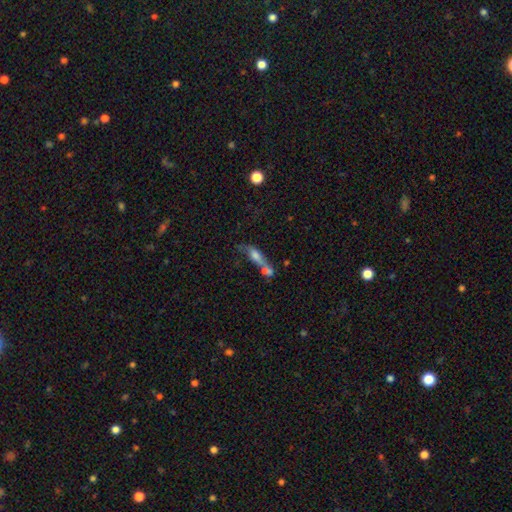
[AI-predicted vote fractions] smooth-or-featured: smooth: 55% | featured or disk: 35% | star or artifact: 10%
  how-rounded: cigar-shaped: 55% | in between: 40% | round: 5%
  merging: merger: 56% | none: 22% | minor disturbance: 11% | major disturbance: 11%